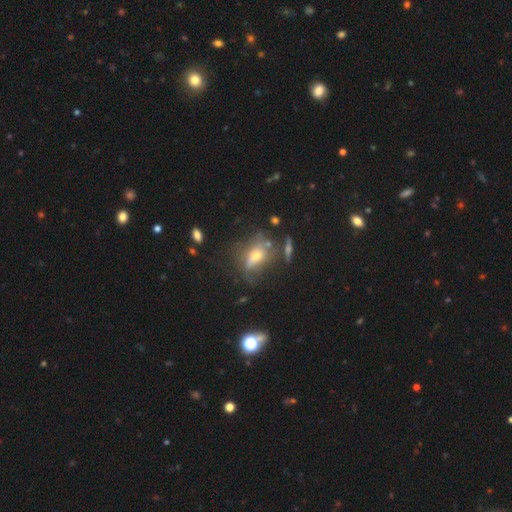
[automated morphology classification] Overall: smooth (44%; featured or disk 40%). Merging: none (51%; minor disturbance 23%).